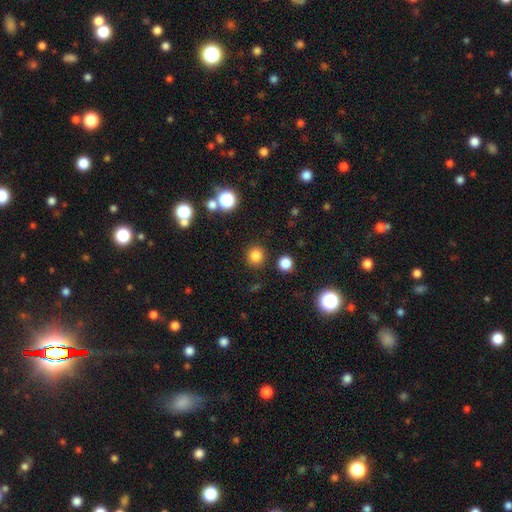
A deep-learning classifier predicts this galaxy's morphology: Q: Smooth or featured?
A: smooth (82%); runner-up: star or artifact (14%)
Q: How rounded?
A: round (93%); runner-up: in between (6%)
Q: Merging?
A: none (89%); runner-up: minor disturbance (6%)